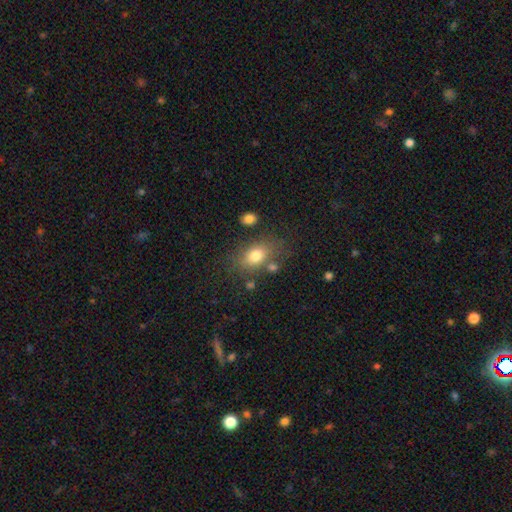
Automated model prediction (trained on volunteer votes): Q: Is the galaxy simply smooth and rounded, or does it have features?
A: smooth — 76%.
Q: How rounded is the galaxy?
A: in between — 76%.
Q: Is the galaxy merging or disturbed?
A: none — 66%.